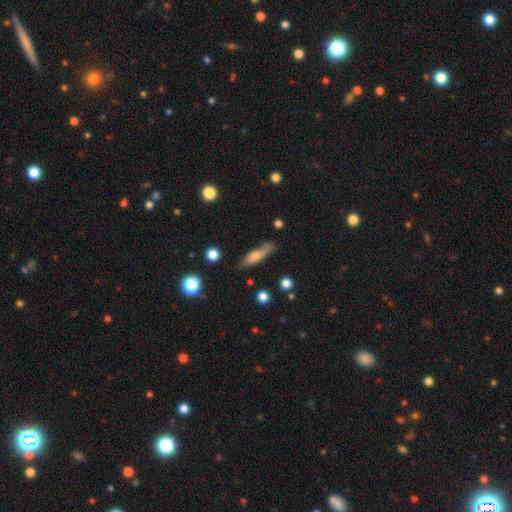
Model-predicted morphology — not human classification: The model was most divided on "smooth or featured": smooth: 66%, featured or disk: 27%, star or artifact: 7%. More confident: how rounded — cigar-shaped (73%); merging — none (69%).